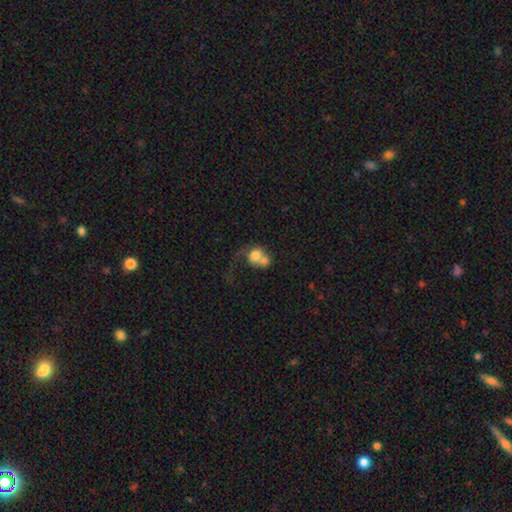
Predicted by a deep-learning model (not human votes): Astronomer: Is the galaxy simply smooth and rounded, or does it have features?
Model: smooth — 65%.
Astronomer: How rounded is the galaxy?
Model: round — 70%.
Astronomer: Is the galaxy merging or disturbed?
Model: merger — 62%.